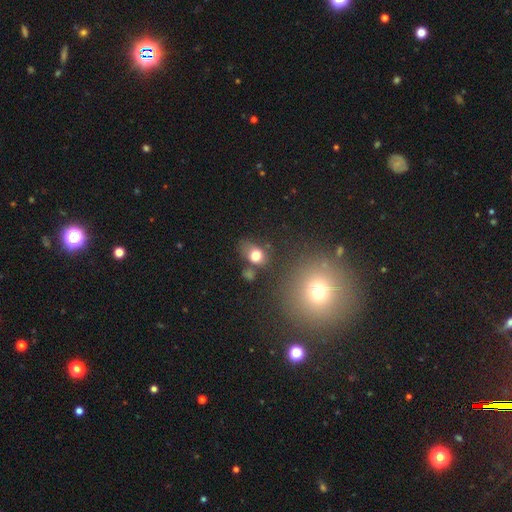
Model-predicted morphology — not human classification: The model was most divided on "how rounded": in between: 58%, round: 41%, cigar-shaped: 2%. More confident: smooth or featured — smooth (76%); merging — none (60%).